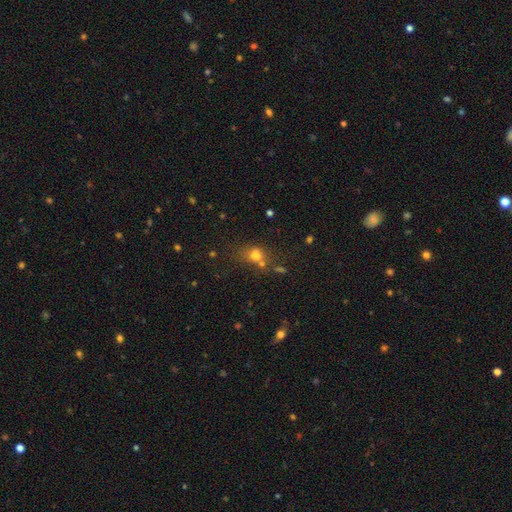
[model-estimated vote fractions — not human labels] Smooth or featured? smooth (68%)
How rounded? round (61%)
Merging? none (44%)